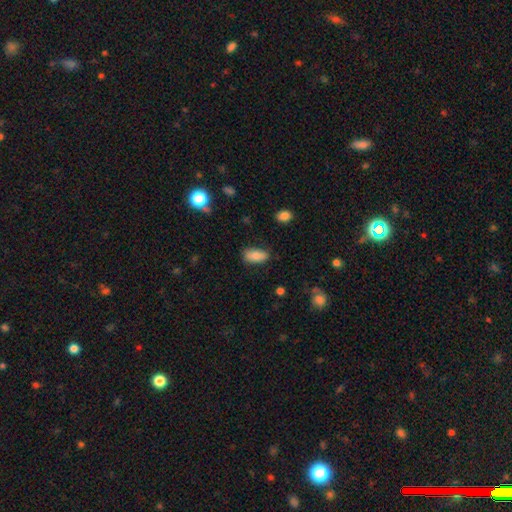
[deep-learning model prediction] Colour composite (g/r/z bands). It shows a smooth galaxy with no disk features (79%) that is in between round and cigar-shaped (88%). Merging: none (77%).